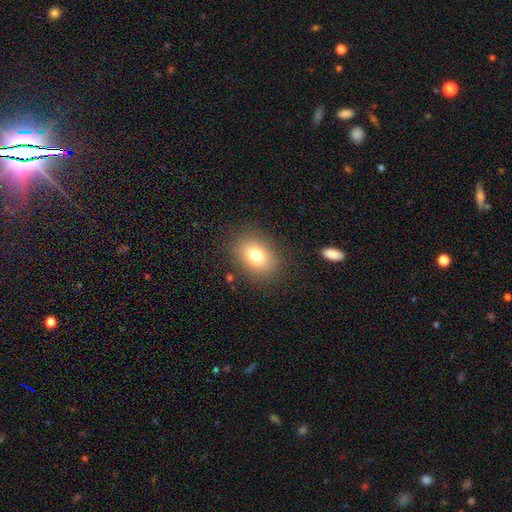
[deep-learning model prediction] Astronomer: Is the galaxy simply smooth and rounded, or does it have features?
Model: smooth — 76%.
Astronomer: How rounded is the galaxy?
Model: in between — 64%.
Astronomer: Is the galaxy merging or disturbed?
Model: none — 84%.